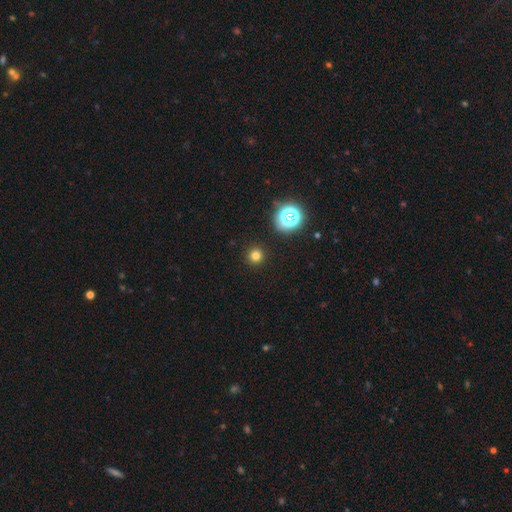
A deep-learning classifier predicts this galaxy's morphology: A smooth galaxy with no disk features (77%) that is round (95%).

Vote fractions:
- Smooth or featured? smooth: 77% / star or artifact: 18% / featured or disk: 5%
- How rounded? round: 95% / in between: 4% / cigar-shaped: 1%
- Merging? none: 92% / minor disturbance: 5% / major disturbance: 2% / merger: 1%